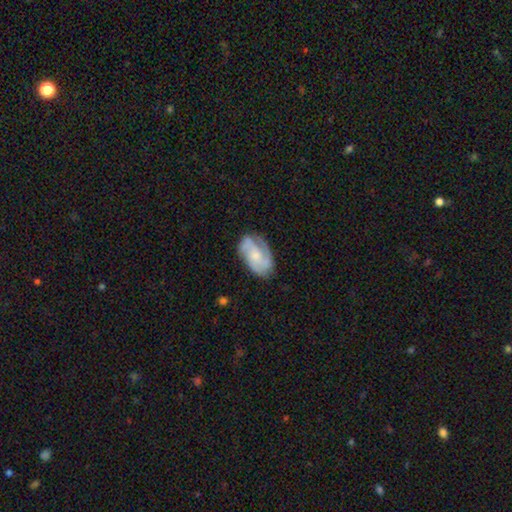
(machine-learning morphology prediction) type=featured or disk (72%); edge-on=no (97%); bar=no (69%); spiral arms=yes (92%); winding=medium (44%); arm count=2 (39%); bulge=small (46%); merging=none (69%).